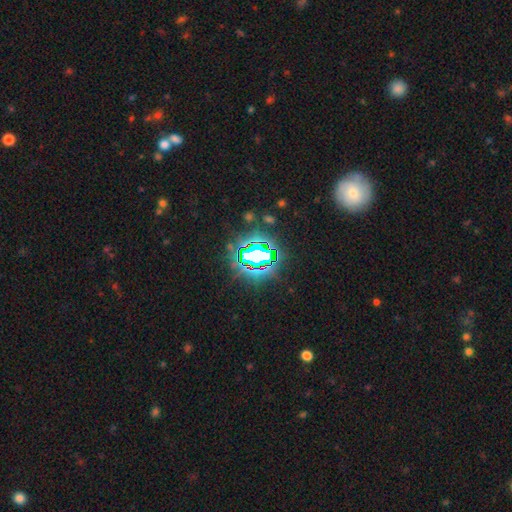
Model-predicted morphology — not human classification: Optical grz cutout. It shows a star or artifact, not a galaxy (77%).